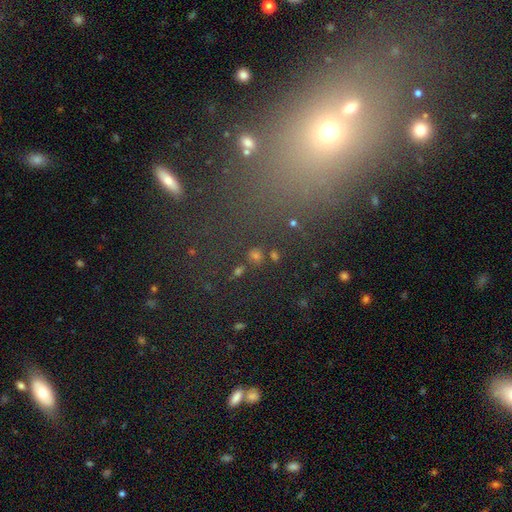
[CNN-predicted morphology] A smooth galaxy with no disk features (49%).

Vote fractions:
- Smooth or featured? smooth: 49% / star or artifact: 40% / featured or disk: 12%
- Merging? none: 75% / minor disturbance: 11% / merger: 8% / major disturbance: 6%